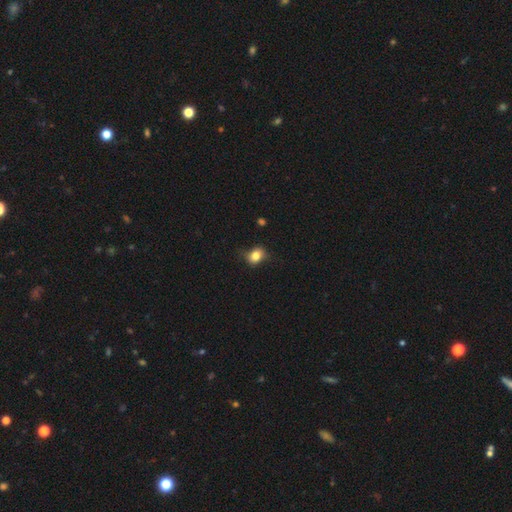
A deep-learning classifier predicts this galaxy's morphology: smooth-or-featured: smooth: 79% | featured or disk: 10% | star or artifact: 10%
  how-rounded: in between: 51% | round: 48% | cigar-shaped: 1%
  merging: none: 65% | minor disturbance: 26% | major disturbance: 7% | merger: 1%